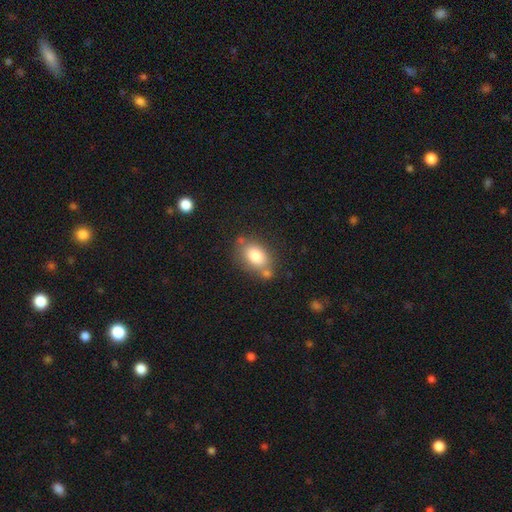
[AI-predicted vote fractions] The model was most divided on "merging": none: 62%, minor disturbance: 17%, merger: 15%, major disturbance: 5%. More confident: smooth or featured — smooth (80%); how rounded — in between (78%).